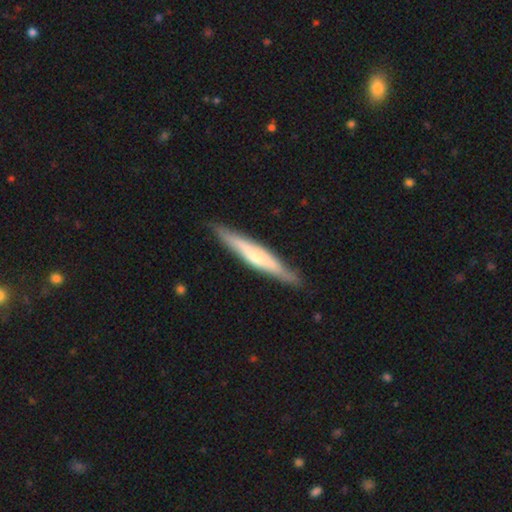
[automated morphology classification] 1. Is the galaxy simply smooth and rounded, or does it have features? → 55% featured or disk, 40% smooth, 5% star or artifact.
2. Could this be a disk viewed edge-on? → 92% yes, 8% no.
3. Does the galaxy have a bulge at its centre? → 59% rounded, 25% none, 17% boxy.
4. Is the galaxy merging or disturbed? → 86% none, 10% minor disturbance, 2% major disturbance, 1% merger.